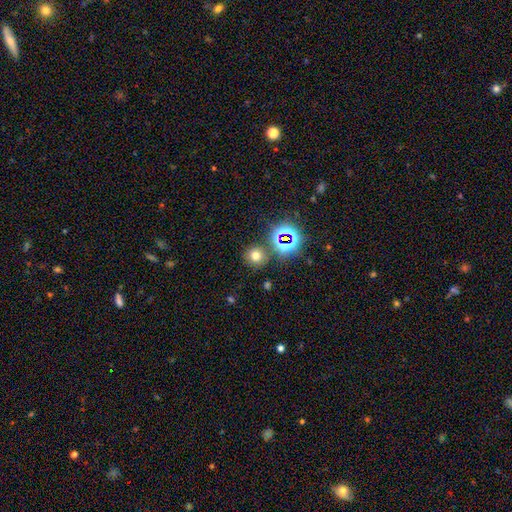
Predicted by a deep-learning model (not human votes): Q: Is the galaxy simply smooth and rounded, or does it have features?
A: smooth — 66%.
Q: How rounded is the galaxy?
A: round — 90%.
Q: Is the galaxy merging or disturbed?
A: none — 82%.